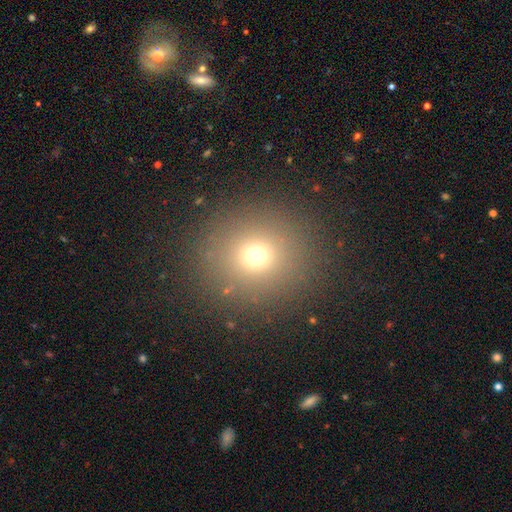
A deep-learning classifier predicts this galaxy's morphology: Q: Smooth or featured?
A: smooth (69%); runner-up: star or artifact (21%)
Q: How rounded?
A: round (90%); runner-up: in between (9%)
Q: Merging?
A: none (88%); runner-up: minor disturbance (6%)